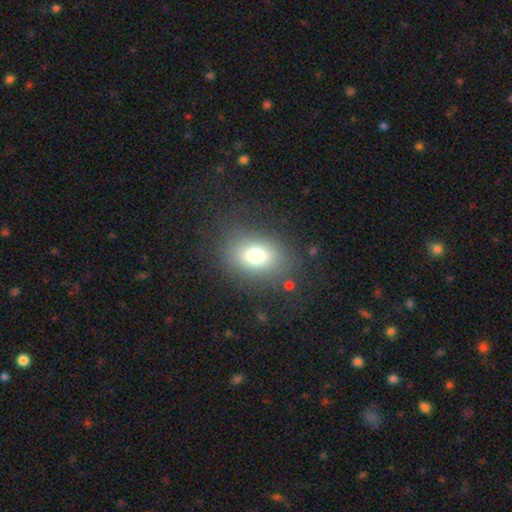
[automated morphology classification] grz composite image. It shows a smooth galaxy with no disk features (72%) that is in between round and cigar-shaped (56%). Merging: none (78%).